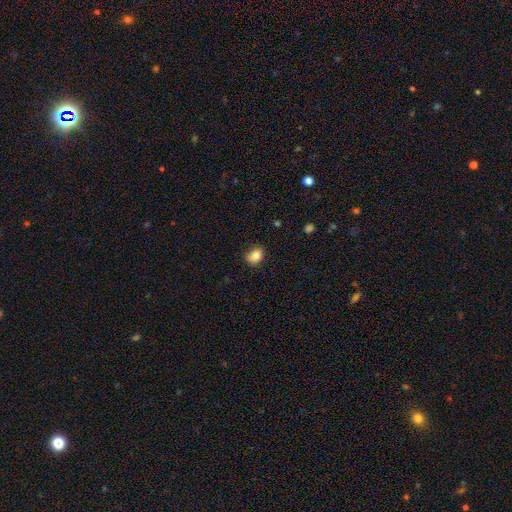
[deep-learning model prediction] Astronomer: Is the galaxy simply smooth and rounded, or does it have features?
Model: smooth — 84%.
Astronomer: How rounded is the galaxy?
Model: in between — 64%.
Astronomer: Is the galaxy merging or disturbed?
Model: none — 81%.